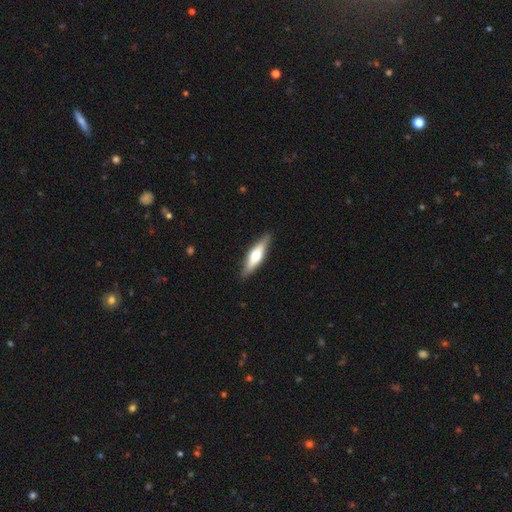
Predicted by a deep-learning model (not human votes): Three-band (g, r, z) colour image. It shows a featured or disk galaxy (51%) viewed edge-on (90%). Merging: none (88%).